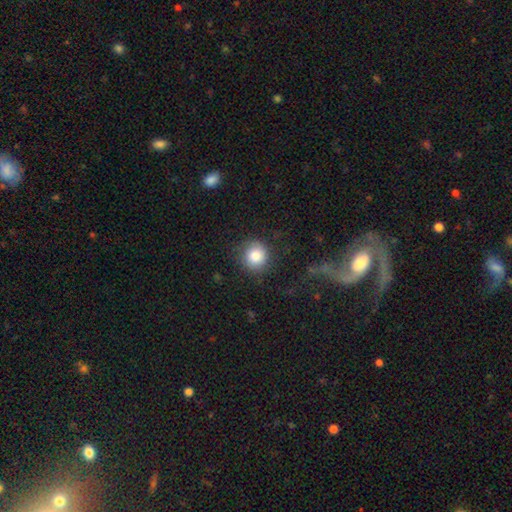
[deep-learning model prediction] A smooth galaxy with no disk features (82%) that is round (90%). Merging: none (84%).